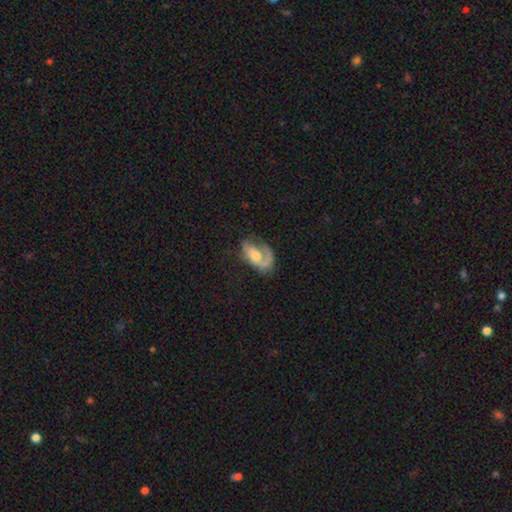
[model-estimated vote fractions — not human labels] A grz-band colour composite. It shows a featured or disk galaxy (66%) with no bar (65%), spiral arms (80%) and a moderate central bulge (54%). Merging: none (42%).